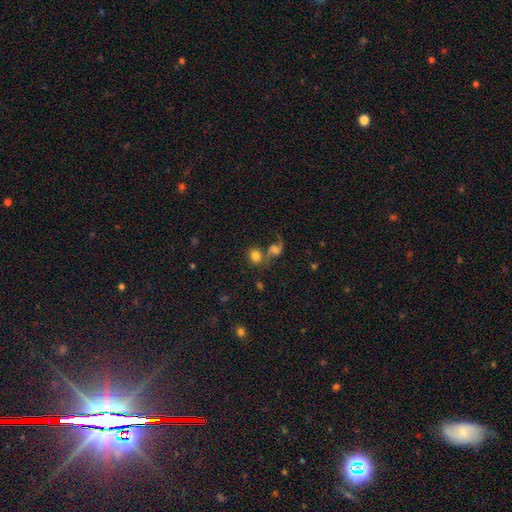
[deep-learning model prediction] Morphology: type=smooth (74%); roundness=round (71%); merging=none (46%).